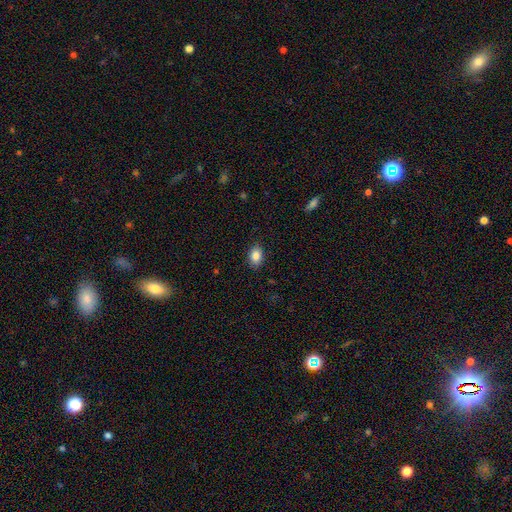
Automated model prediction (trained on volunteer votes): This is clearly a smooth galaxy (86%). How rounded: likely in between (79%). Merging: clearly none (87%).